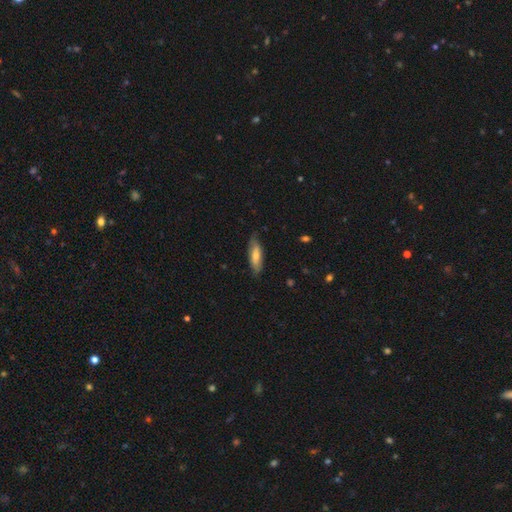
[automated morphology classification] Overall: smooth (62%; featured or disk 32%). How rounded: in between (54%; cigar-shaped 44%). Merging: none (78%).